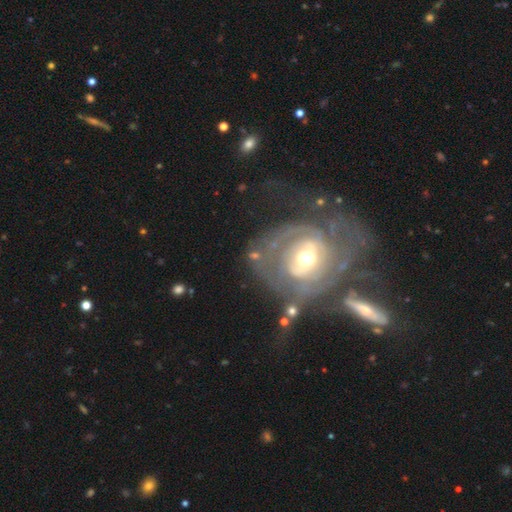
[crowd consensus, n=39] Smooth or featured? featured or disk (77%)
Edge-on disk? no (93%)
Bar? no (46%)
Spiral arms? yes (93%)
Spiral winding? tight (73%)
Spiral arm count? can't tell (46%)
Bulge size? moderate (75%)
Merging? none (38%)